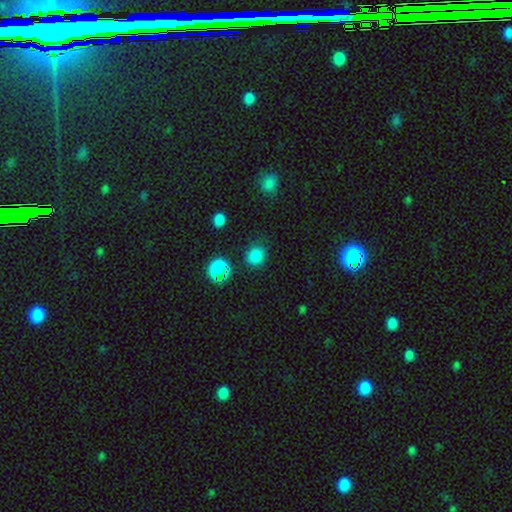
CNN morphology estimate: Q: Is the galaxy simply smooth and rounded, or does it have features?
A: smooth — 78%.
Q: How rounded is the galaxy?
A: round — 82%.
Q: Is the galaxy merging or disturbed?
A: none — 82%.